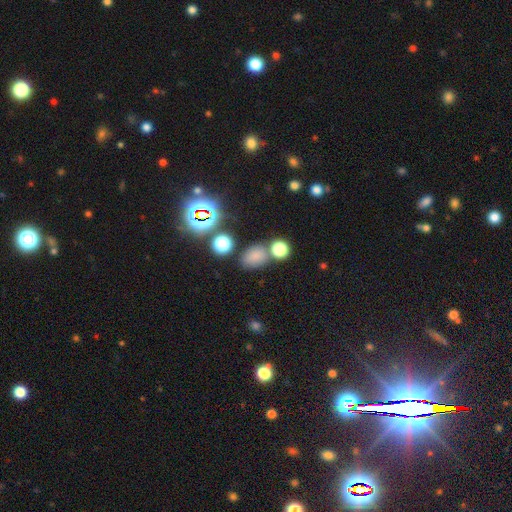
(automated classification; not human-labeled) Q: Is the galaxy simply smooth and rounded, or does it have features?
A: smooth — 73%.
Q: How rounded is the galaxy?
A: in between — 71%.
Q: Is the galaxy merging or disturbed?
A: none — 65%.